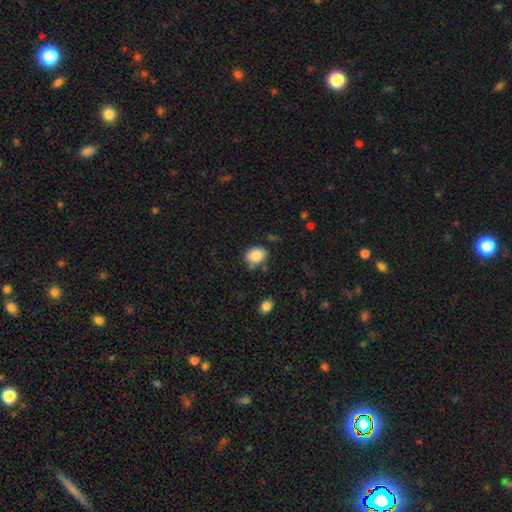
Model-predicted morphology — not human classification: Smooth or featured: smooth — 85% (star or artifact — 9%)
How rounded: in between — 55% (round — 44%)
Merging: none — 66% (minor disturbance — 22%)